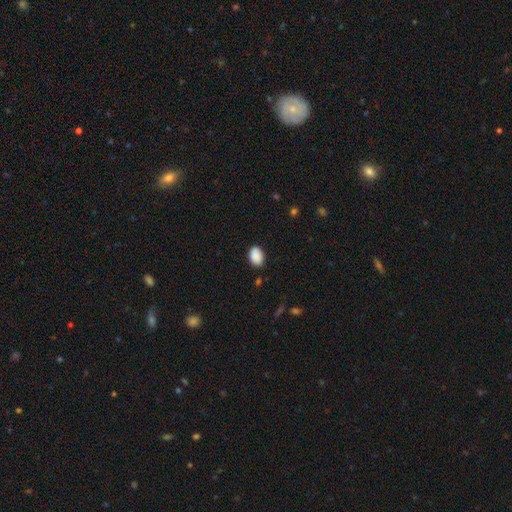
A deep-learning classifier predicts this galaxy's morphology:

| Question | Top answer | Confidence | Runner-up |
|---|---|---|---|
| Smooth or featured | smooth | 90% | star or artifact (7%) |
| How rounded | in between | 84% | round (15%) |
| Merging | none | 84% | minor disturbance (12%) |